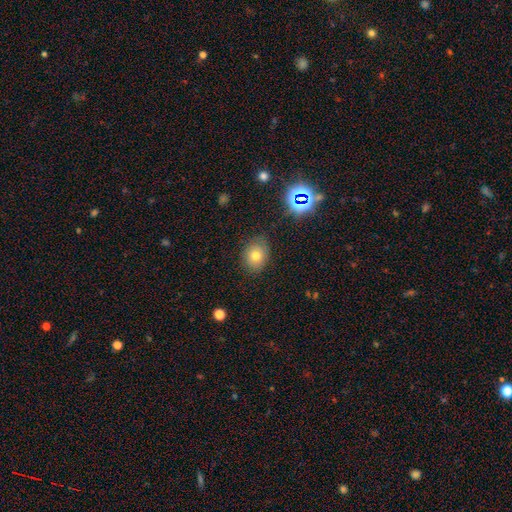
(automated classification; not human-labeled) Smooth or featured? smooth (70%)
How rounded? round (52%)
Merging? none (81%)